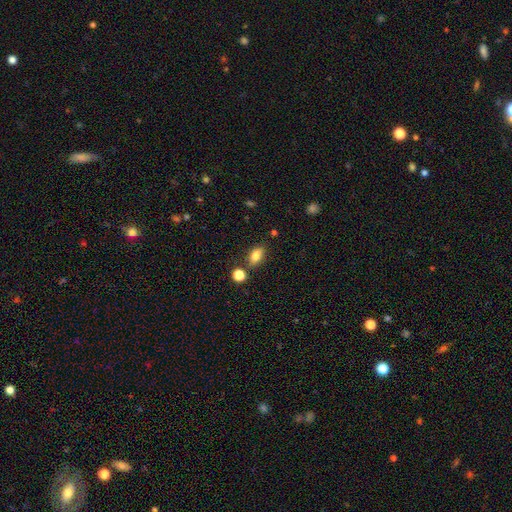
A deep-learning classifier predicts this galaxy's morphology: A smooth galaxy with no disk features (80%) that is in between round and cigar-shaped (82%).

Vote fractions:
- Smooth or featured? smooth: 80% / featured or disk: 10% / star or artifact: 10%
- How rounded? in between: 82% / round: 11% / cigar-shaped: 7%
- Merging? none: 78% / minor disturbance: 12% / merger: 7% / major disturbance: 3%